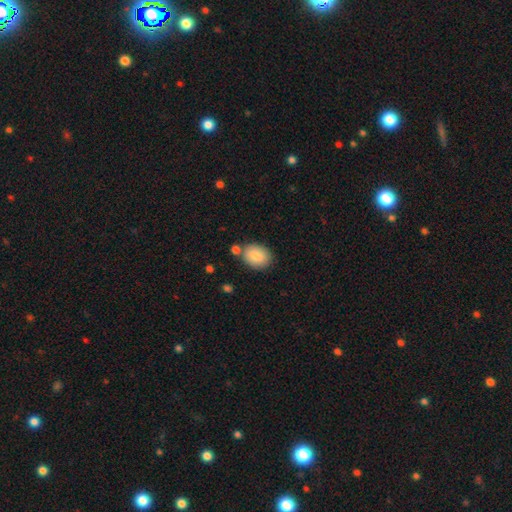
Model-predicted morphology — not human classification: The model was most divided on "how rounded": in between: 71%, round: 28%, cigar-shaped: 1%. More confident: smooth or featured — smooth (85%); merging — none (73%).